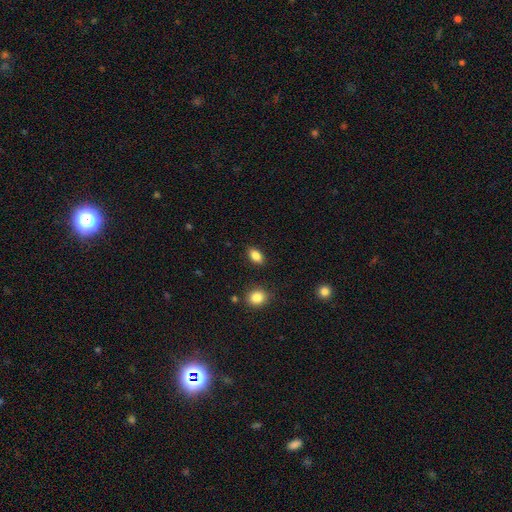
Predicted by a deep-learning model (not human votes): smooth-or-featured: smooth: 85% | star or artifact: 9% | featured or disk: 6%
  how-rounded: in between: 88% | round: 8% | cigar-shaped: 4%
  merging: none: 88% | minor disturbance: 8% | major disturbance: 2% | merger: 2%